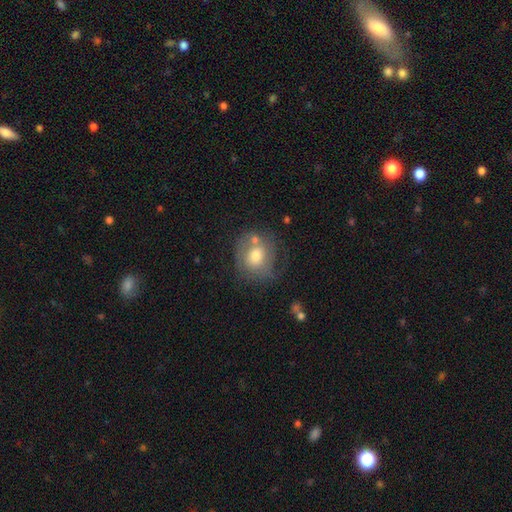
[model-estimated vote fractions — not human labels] Smooth or featured?
  - smooth: 57% *
  - featured or disk: 35%
  - star or artifact: 9%
How rounded?
  - round: 73% *
  - in between: 26%
  - cigar-shaped: 1%
Merging?
  - none: 51% *
  - minor disturbance: 23%
  - merger: 14%
  - major disturbance: 12%